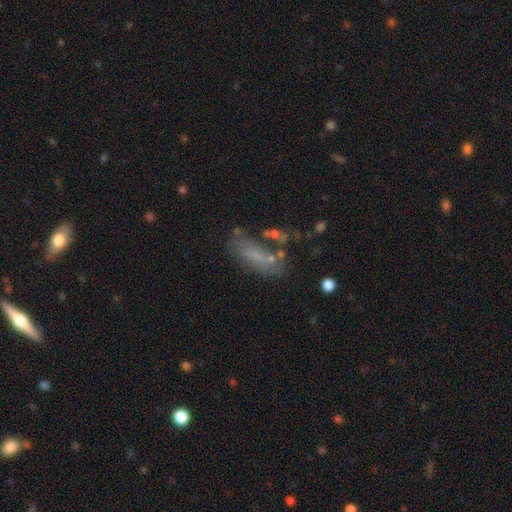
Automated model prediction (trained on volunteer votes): Smooth or featured?
  - smooth: 59% *
  - featured or disk: 27%
  - star or artifact: 14%
How rounded?
  - in between: 59% *
  - cigar-shaped: 38%
  - round: 3%
Merging?
  - none: 48% *
  - minor disturbance: 22%
  - major disturbance: 17%
  - merger: 13%